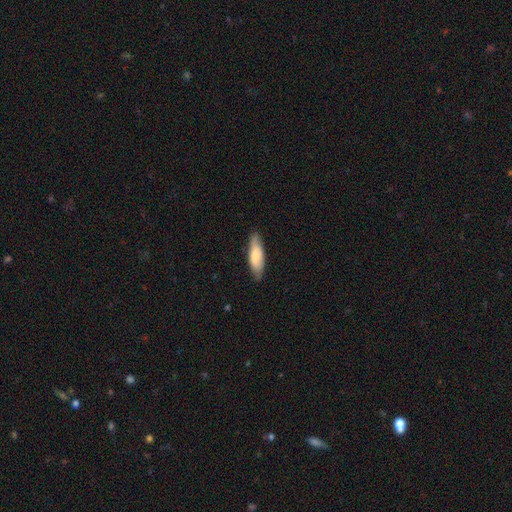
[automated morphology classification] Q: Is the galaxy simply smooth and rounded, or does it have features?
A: smooth — 71%.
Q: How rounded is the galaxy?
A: in between — 53%.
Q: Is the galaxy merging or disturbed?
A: none — 80%.